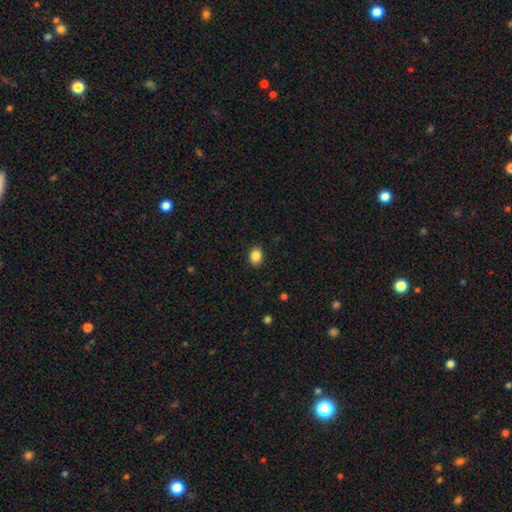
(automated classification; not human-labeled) Morphology: type=smooth (86%); roundness=in between (55%); merging=none (90%).